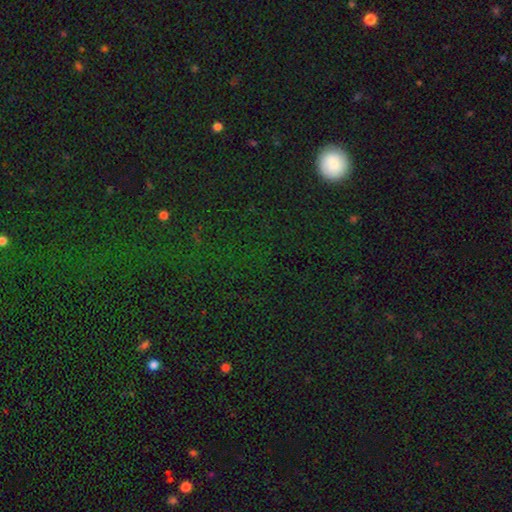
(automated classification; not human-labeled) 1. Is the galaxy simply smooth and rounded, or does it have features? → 69% star or artifact, 24% smooth, 7% featured or disk.